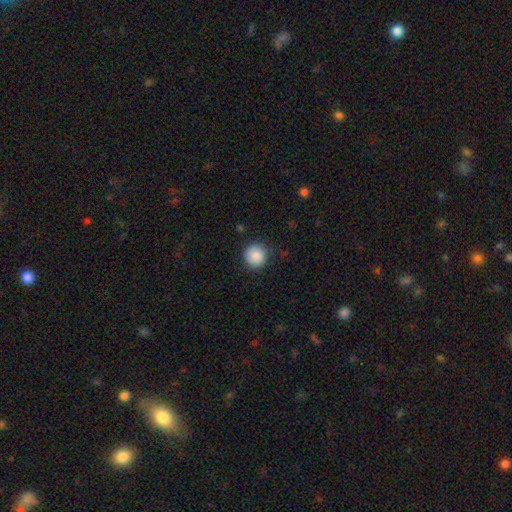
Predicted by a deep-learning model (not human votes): Overall: smooth (88%). How rounded: round (93%). Merging: none (84%).